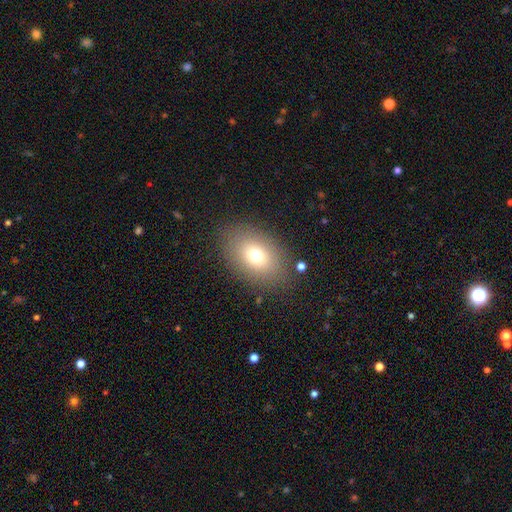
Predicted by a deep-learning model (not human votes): A smooth galaxy with no disk features (72%) that is in between round and cigar-shaped (78%). Merging: none (84%).